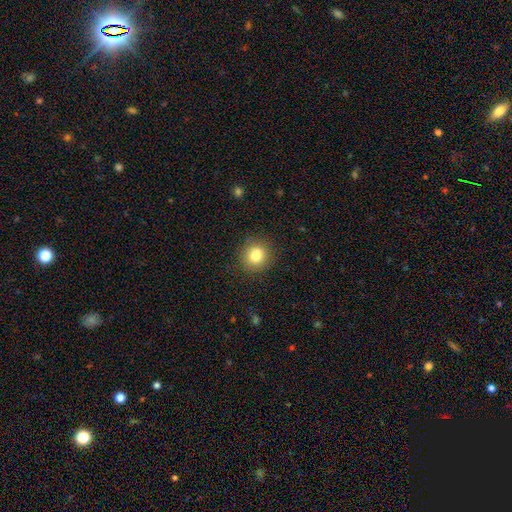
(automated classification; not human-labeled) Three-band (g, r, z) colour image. It shows a smooth galaxy with no disk features (81%) that is round (89%). Merging: none (85%).